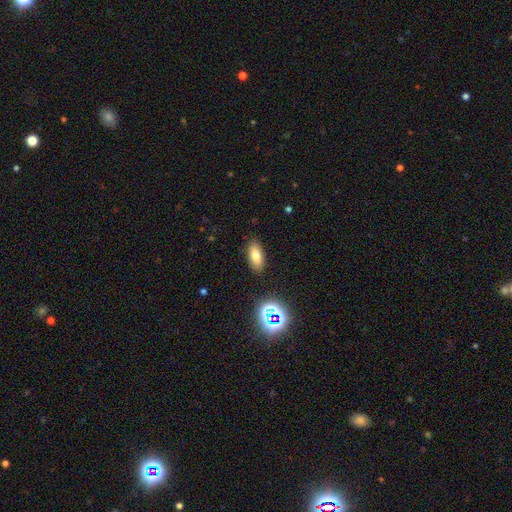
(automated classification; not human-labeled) Smooth or featured? smooth (73%)
How rounded? in between (81%)
Merging? none (87%)